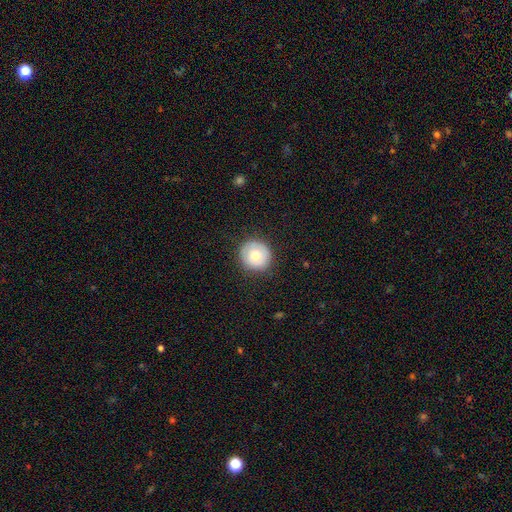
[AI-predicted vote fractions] Smooth or featured? smooth (68%)
How rounded? round (93%)
Merging? none (86%)